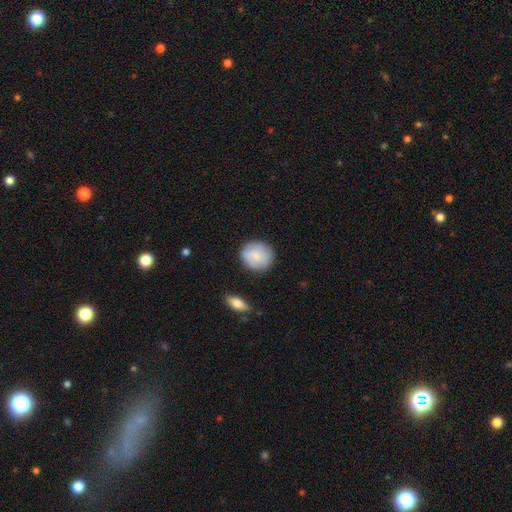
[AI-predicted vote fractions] smooth-or-featured: smooth: 79% | featured or disk: 15% | star or artifact: 6%
  how-rounded: round: 84% | in between: 15% | cigar-shaped: 1%
  merging: none: 80% | minor disturbance: 14% | major disturbance: 3% | merger: 2%